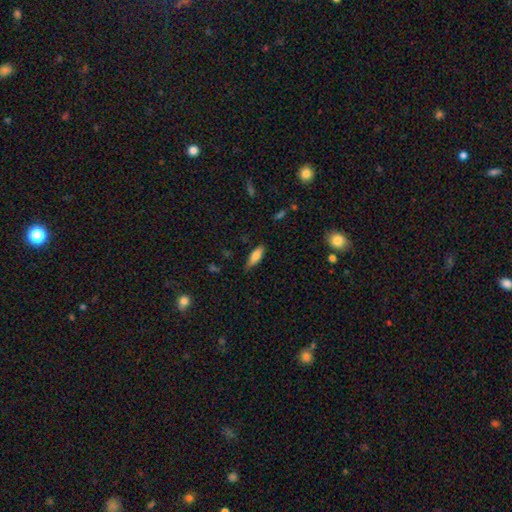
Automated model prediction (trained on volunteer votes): Morphology: type=smooth (78%); roundness=in between (59%); merging=none (78%).